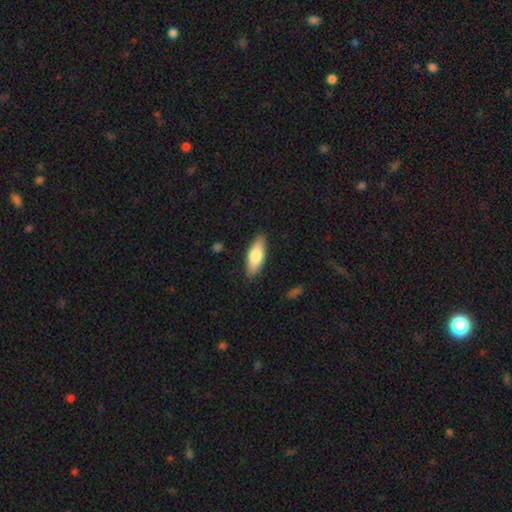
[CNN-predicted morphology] Smooth or featured? Predicted: smooth (p=0.75). How rounded? Predicted: in between (p=0.71). Merging? Predicted: none (p=0.87).